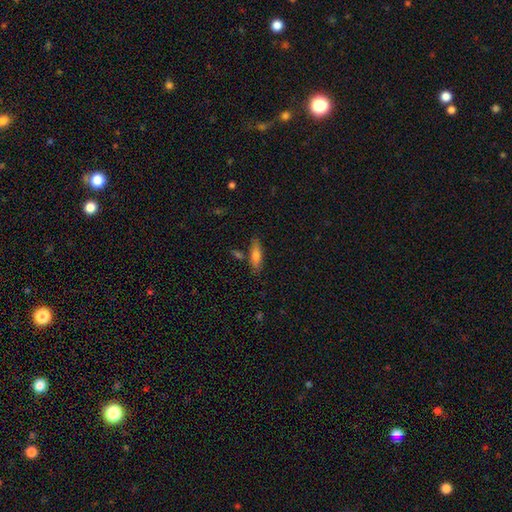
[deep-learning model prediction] smooth_or_featured: smooth (p=0.75) [alt: featured or disk p=0.18]
how_rounded: in between (p=0.50) [alt: cigar-shaped p=0.47]
merging: none (p=0.75) [alt: minor disturbance p=0.14]